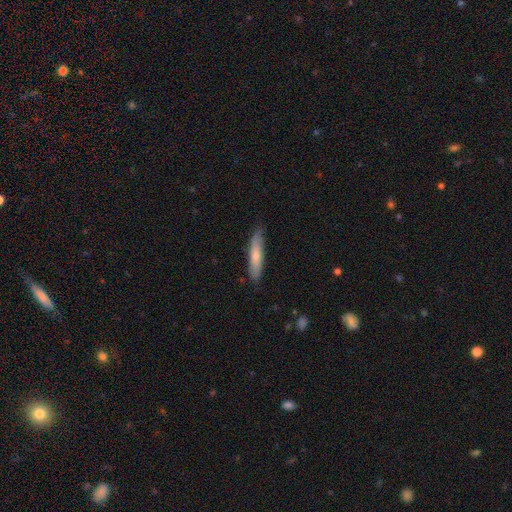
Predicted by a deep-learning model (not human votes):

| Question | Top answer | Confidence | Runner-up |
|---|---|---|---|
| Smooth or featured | smooth | 67% | featured or disk (27%) |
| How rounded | cigar-shaped | 86% | in between (13%) |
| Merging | none | 82% | minor disturbance (14%) |